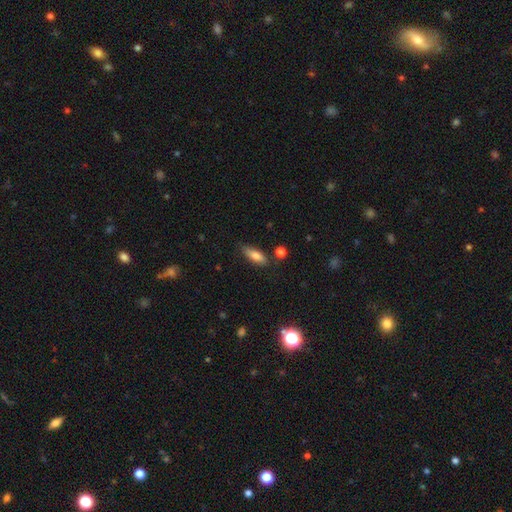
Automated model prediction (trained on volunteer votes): A smooth galaxy with no disk features (79%) that is in between round and cigar-shaped (62%).

Vote fractions:
- Smooth or featured? smooth: 79% / featured or disk: 14% / star or artifact: 7%
- How rounded? in between: 62% / cigar-shaped: 35% / round: 3%
- Merging? none: 74% / minor disturbance: 19% / merger: 4% / major disturbance: 4%